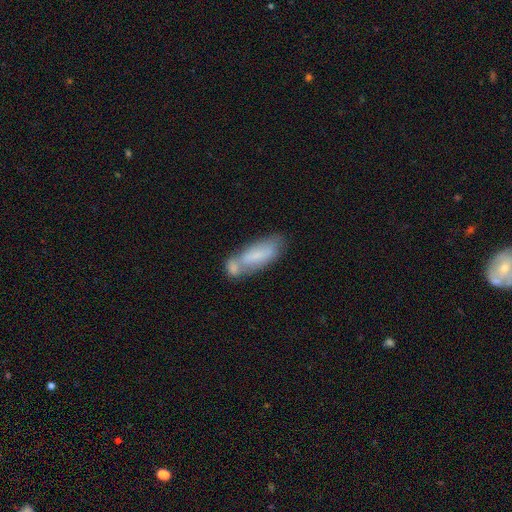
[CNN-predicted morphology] Smooth or featured? smooth (64%)
How rounded? in between (63%)
Merging? merger (50%)